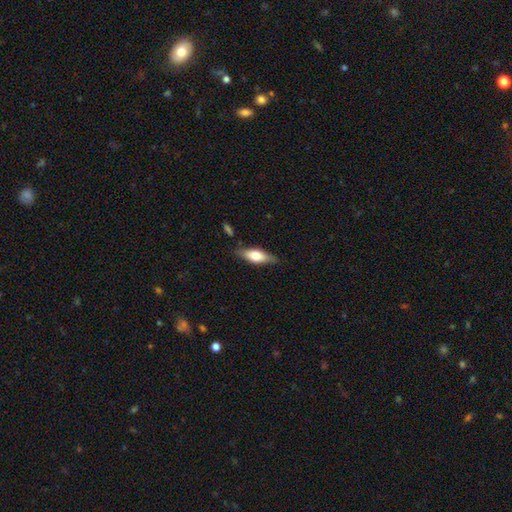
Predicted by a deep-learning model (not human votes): The model was most divided on "smooth or featured": smooth: 57%, featured or disk: 37%, star or artifact: 6%. More confident: merging — none (78%); how rounded — in between (60%).